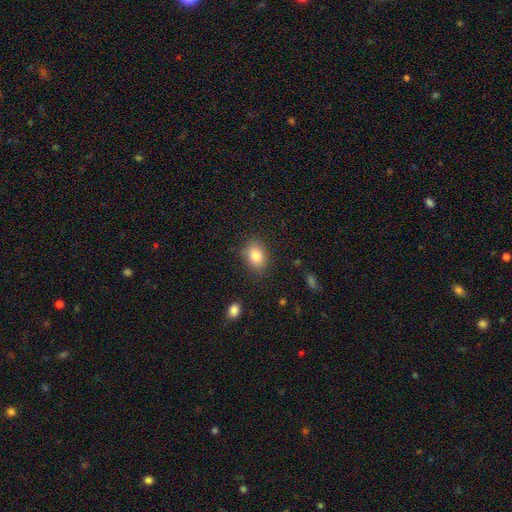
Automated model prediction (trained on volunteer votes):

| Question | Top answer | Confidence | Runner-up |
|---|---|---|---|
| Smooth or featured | smooth | 83% | star or artifact (9%) |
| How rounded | in between | 72% | round (27%) |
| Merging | none | 82% | minor disturbance (13%) |